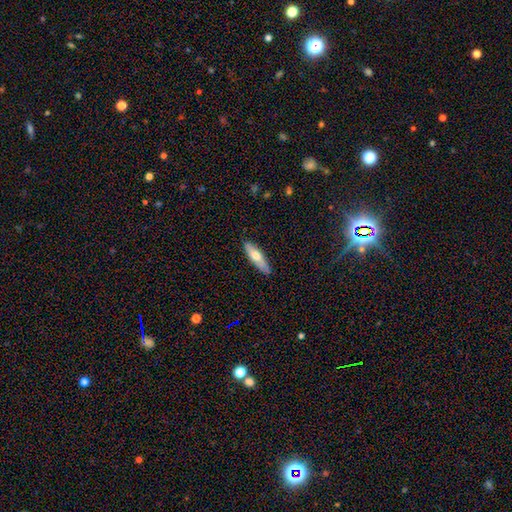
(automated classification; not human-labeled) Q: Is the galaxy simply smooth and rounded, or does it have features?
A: smooth — 64%.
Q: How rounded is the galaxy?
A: cigar-shaped — 59%.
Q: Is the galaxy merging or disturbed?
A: none — 85%.